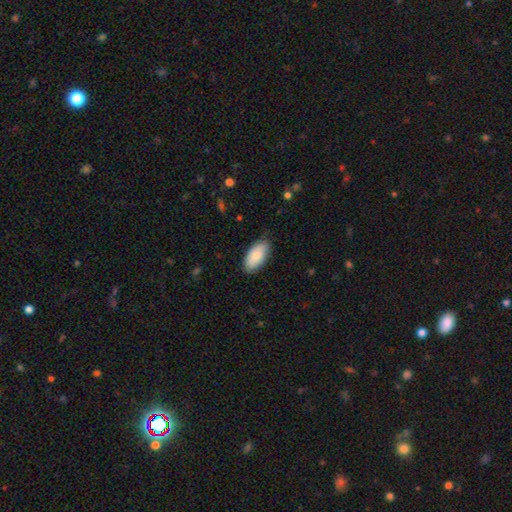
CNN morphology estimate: Q: Smooth or featured?
A: smooth (87%); runner-up: featured or disk (7%)
Q: How rounded?
A: in between (94%); runner-up: cigar-shaped (4%)
Q: Merging?
A: none (83%); runner-up: minor disturbance (14%)